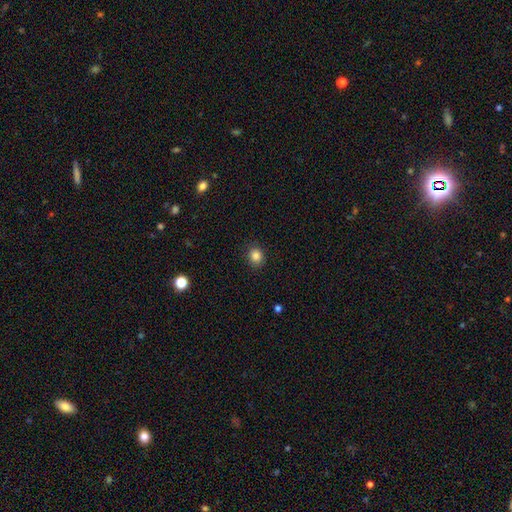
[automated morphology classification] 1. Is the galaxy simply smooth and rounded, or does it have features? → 85% smooth, 11% star or artifact, 4% featured or disk.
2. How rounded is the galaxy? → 73% round, 26% in between, 1% cigar-shaped.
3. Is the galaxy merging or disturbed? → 89% none, 8% minor disturbance, 2% major disturbance, 1% merger.